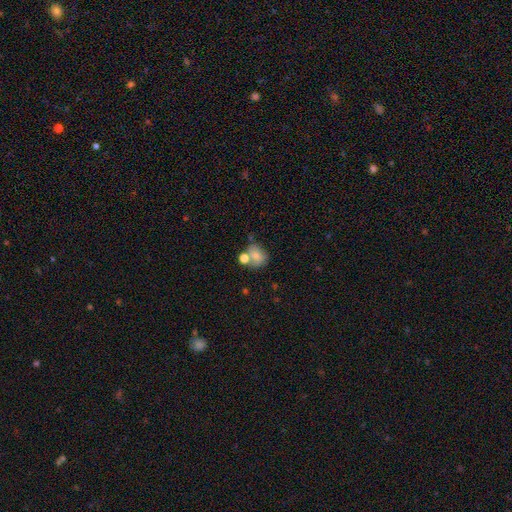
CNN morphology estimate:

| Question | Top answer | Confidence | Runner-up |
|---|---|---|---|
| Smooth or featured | smooth | 73% | featured or disk (17%) |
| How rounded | round | 62% | in between (37%) |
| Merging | none | 44% | merger (34%) |